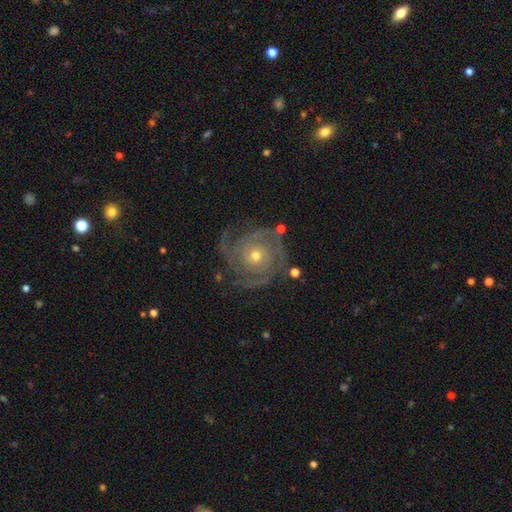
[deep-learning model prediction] This is clearly a featured or disk galaxy (90%). It is clearly not viewed edge-on (98%). Bar: clearly no (82%). Spiral arm pattern: clearly yes (97%). Spiral arm count: marginally 3 (32%). Spiral winding: likely tight (76%). Central bulge: possibly moderate (51%). Merging: likely none (74%).